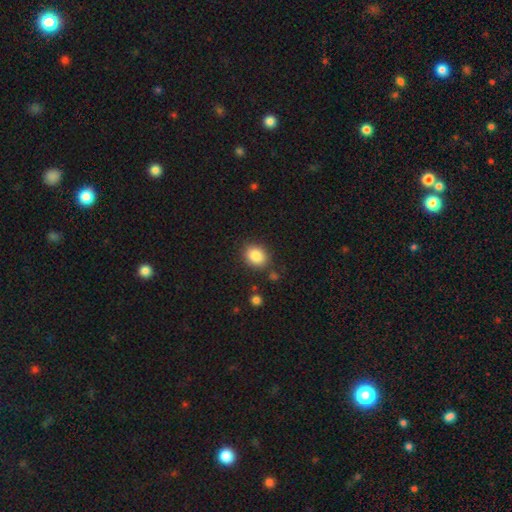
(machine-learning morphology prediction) This is clearly a smooth galaxy (86%). How rounded: possibly in between (51%). Merging: clearly none (84%).